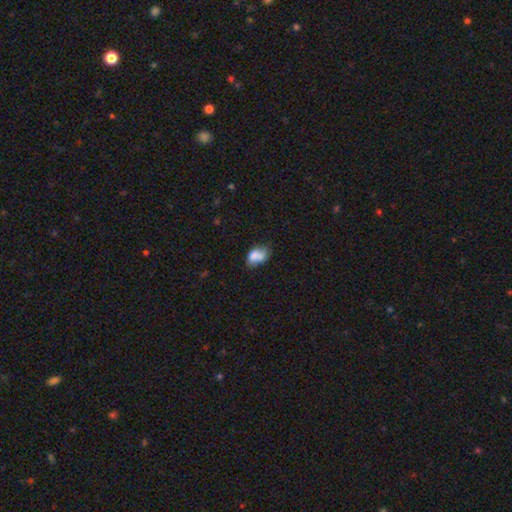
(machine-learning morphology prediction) smooth-or-featured: smooth: 70% | featured or disk: 20% | star or artifact: 10%
  how-rounded: in between: 79% | round: 20% | cigar-shaped: 2%
  merging: merger: 34% | none: 31% | minor disturbance: 24% | major disturbance: 11%